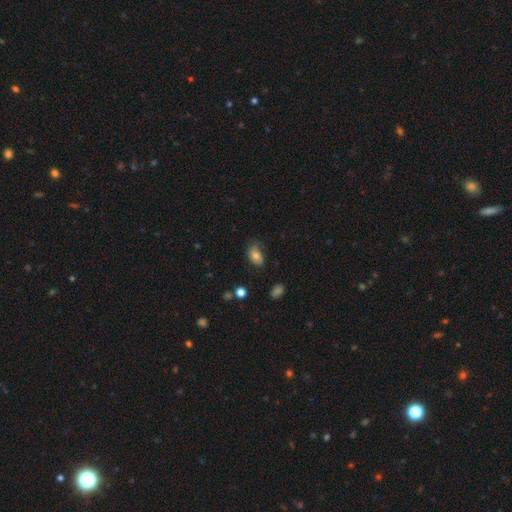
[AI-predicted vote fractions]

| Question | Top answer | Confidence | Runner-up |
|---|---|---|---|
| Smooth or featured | smooth | 68% | featured or disk (22%) |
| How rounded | in between | 86% | round (12%) |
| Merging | none | 57% | minor disturbance (29%) |